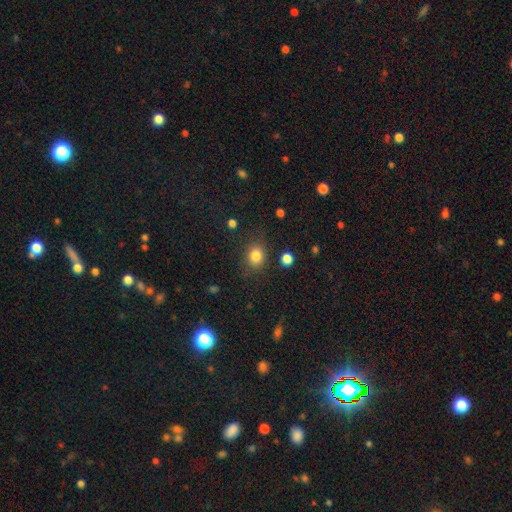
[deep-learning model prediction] Morphology: type=smooth (82%); roundness=round (60%); merging=none (80%).